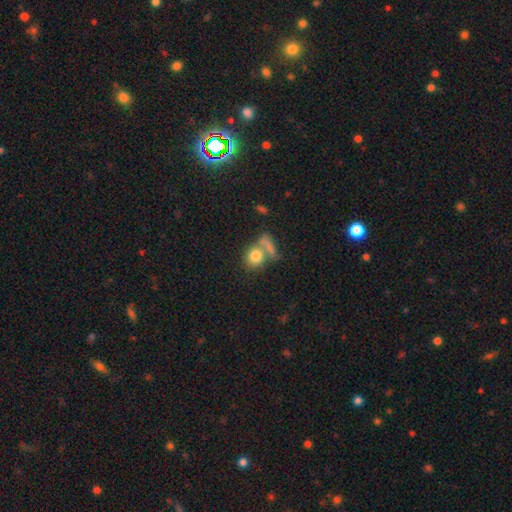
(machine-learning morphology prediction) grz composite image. It shows a smooth galaxy with no disk features (78%) that is round (68%). Merging: none (42%).